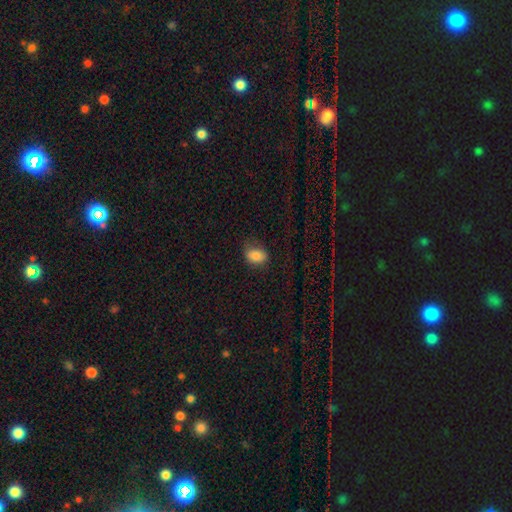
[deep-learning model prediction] smooth 83%, star or artifact 9%, featured or disk 7%. Down the decision tree: how rounded — in between (73%); merging — none (67%).